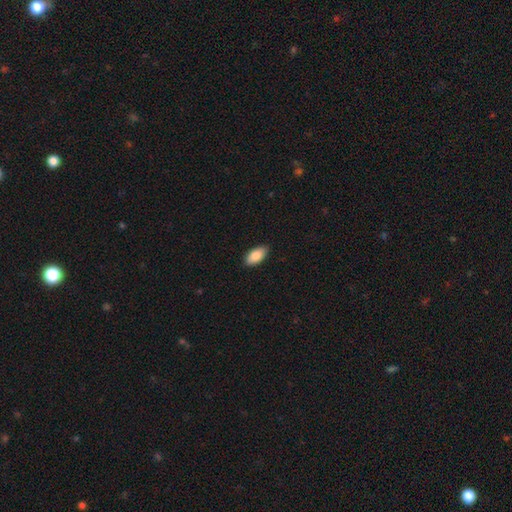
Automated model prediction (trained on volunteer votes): smooth 86%, featured or disk 8%, star or artifact 6%. Down the decision tree: how rounded — in between (94%); merging — none (87%).